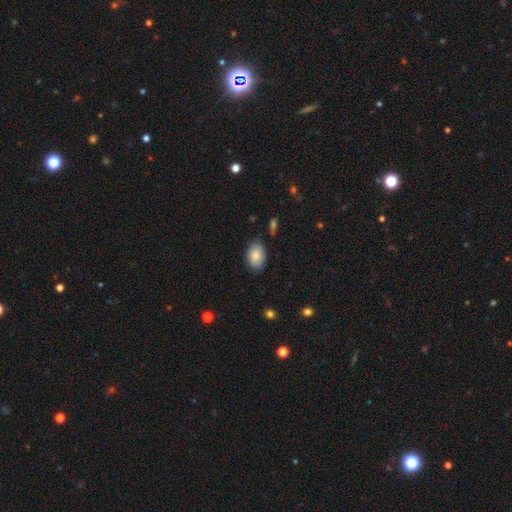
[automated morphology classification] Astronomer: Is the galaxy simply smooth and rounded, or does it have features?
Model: smooth — 85%.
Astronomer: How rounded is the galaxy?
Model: in between — 85%.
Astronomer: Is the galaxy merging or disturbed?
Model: none — 79%.